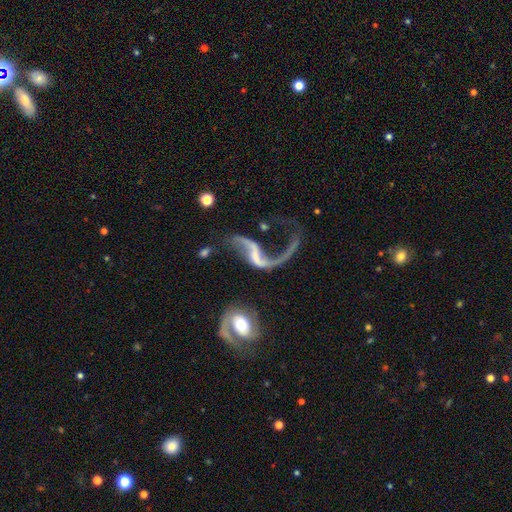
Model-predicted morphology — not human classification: Smooth or featured? featured or disk (87%)
Edge-on disk? no (96%)
Bar? weak (39%)
Spiral arms? yes (90%)
Spiral winding? loose (92%)
Spiral arm count? 2 (86%)
Bulge size? none (39%)
Merging? none (38%)